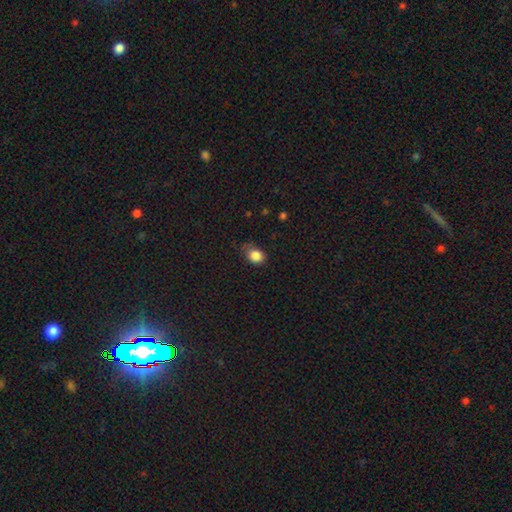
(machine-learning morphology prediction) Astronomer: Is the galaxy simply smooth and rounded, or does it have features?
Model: smooth — 85%.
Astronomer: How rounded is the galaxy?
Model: in between — 51% (runner-up: round, 48%).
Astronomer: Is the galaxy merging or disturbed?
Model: none — 56% (runner-up: minor disturbance, 33%).